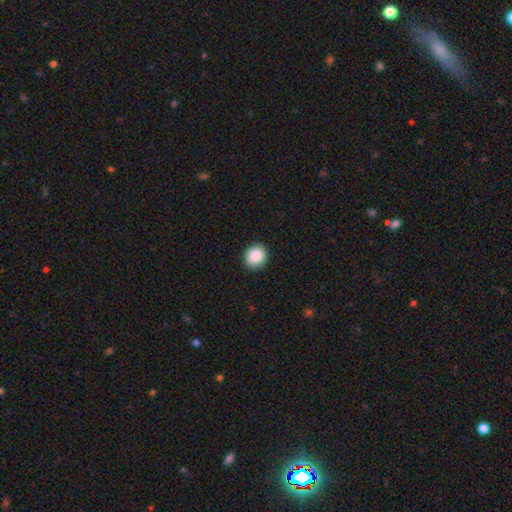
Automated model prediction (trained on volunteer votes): A smooth galaxy with no disk features (88%) that is round (85%).

Vote fractions:
- Smooth or featured? smooth: 88% / star or artifact: 8% / featured or disk: 4%
- How rounded? round: 85% / in between: 14% / cigar-shaped: 1%
- Merging? none: 89% / minor disturbance: 8% / major disturbance: 2% / merger: 1%